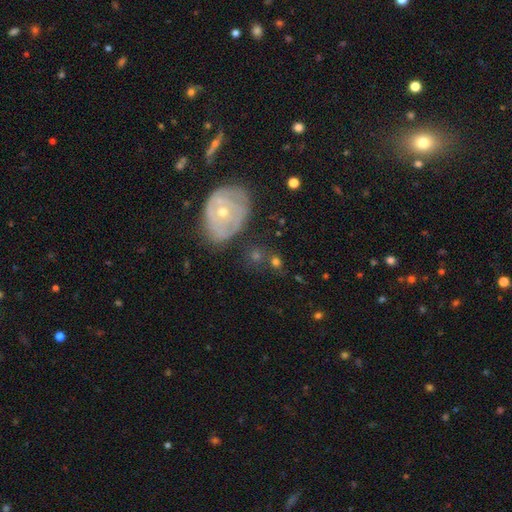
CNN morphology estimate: This appears to be a featured or disk galaxy (52%). Merging: none (66%).